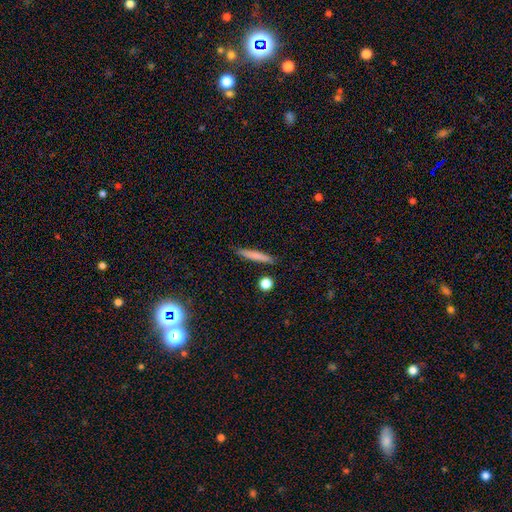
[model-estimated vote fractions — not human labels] Morphology: type=smooth (74%); roundness=cigar-shaped (93%); merging=none (87%).